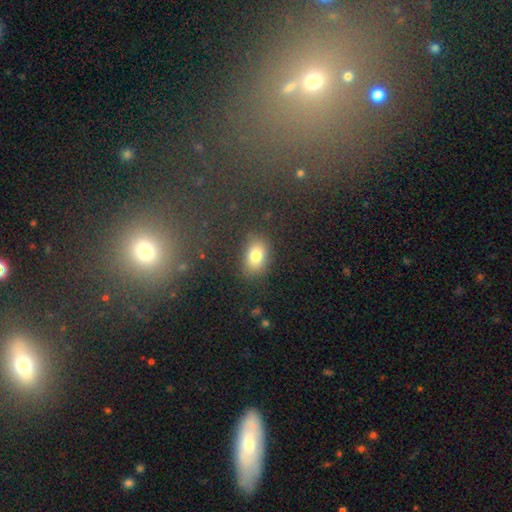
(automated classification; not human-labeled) Smooth or featured? Predicted: smooth (p=0.78). How rounded? Predicted: in between (p=0.79). Merging? Predicted: none (p=0.82).